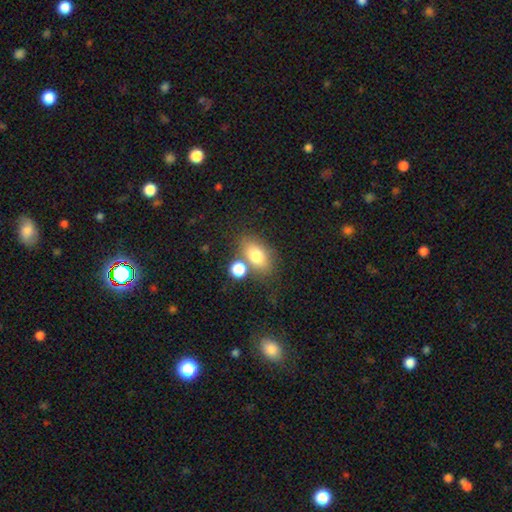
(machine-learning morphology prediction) Overall: smooth (77%). How rounded: in between (82%). Merging: none (61%).